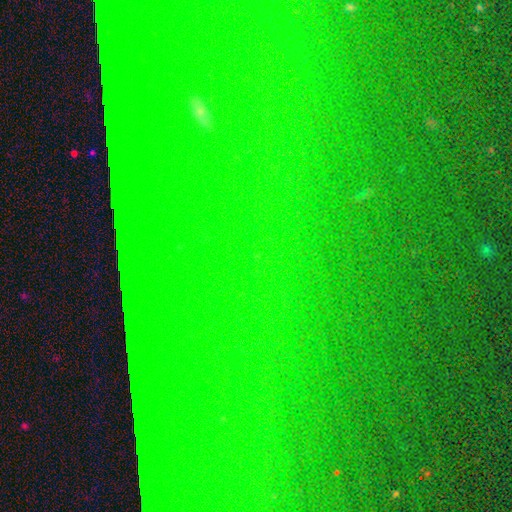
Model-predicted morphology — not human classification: Smooth or featured? star or artifact (81%)